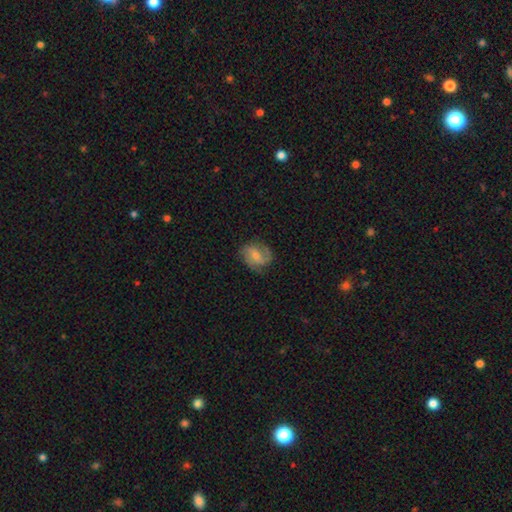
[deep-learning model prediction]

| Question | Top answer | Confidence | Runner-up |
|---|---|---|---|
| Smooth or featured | featured or disk | 60% | smooth (33%) |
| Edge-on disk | no | 97% | yes (3%) |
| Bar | weak | 48% | no (33%) |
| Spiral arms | yes | 89% | no (11%) |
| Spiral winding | medium | 46% | loose (30%) |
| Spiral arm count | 2 | 72% | can't tell (12%) |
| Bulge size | small | 48% | moderate (40%) |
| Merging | none | 71% | minor disturbance (20%) |